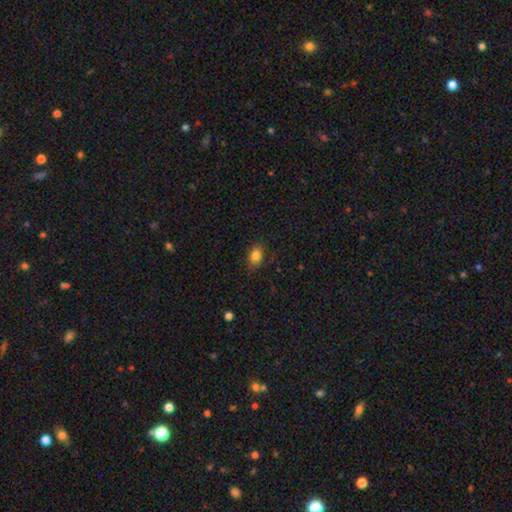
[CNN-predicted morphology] Smooth or featured? Predicted: smooth (p=0.83). How rounded? Predicted: in between (p=0.72). Merging? Predicted: none (p=0.79).